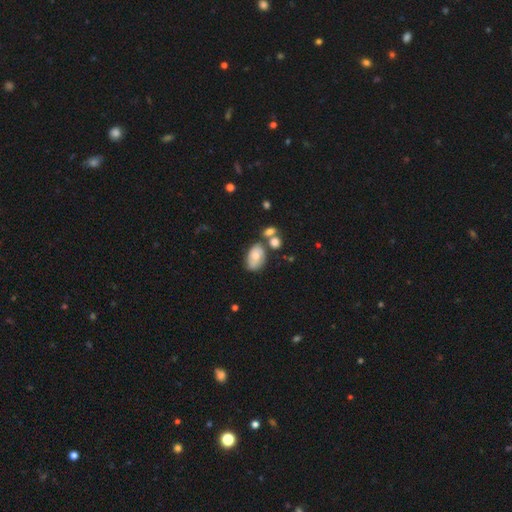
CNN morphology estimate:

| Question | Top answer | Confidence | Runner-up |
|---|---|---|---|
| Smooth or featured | smooth | 60% | featured or disk (31%) |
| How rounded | in between | 88% | round (11%) |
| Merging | none | 48% | merger (25%) |